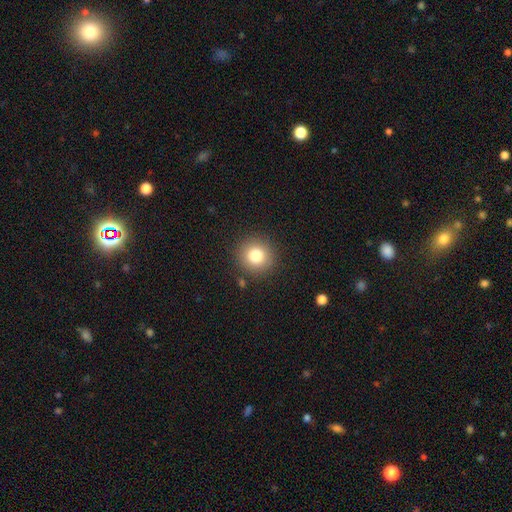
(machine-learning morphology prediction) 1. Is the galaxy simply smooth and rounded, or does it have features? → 80% smooth, 11% star or artifact, 9% featured or disk.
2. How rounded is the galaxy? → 93% round, 6% in between, 1% cigar-shaped.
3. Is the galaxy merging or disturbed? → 89% none, 7% minor disturbance, 3% major disturbance, 2% merger.